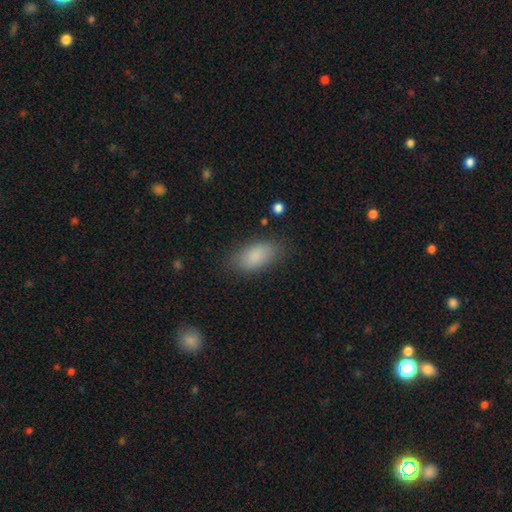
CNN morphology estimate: smooth-or-featured: smooth: 87% | star or artifact: 7% | featured or disk: 6%
  how-rounded: in between: 92% | cigar-shaped: 5% | round: 4%
  merging: none: 81% | minor disturbance: 14% | major disturbance: 4% | merger: 1%